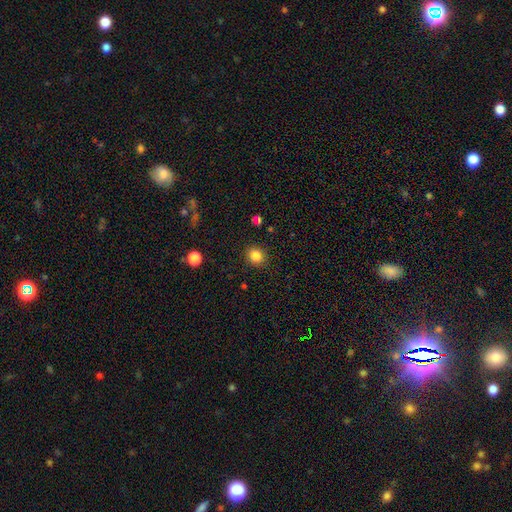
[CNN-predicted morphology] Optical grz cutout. It shows a smooth galaxy with no disk features (84%) that is round (75%). Merging: none (89%).